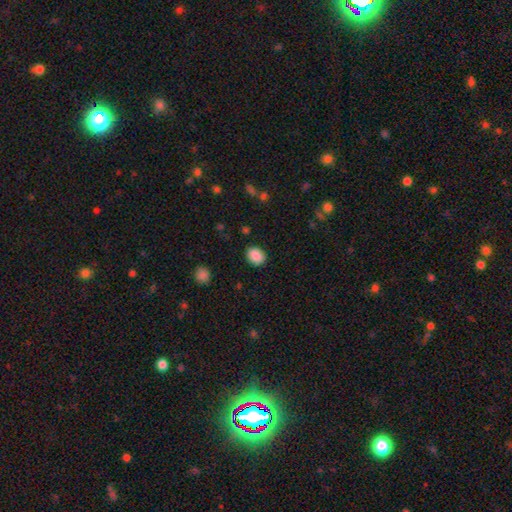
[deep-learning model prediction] smooth-or-featured: smooth: 89% | star or artifact: 8% | featured or disk: 3%
  how-rounded: in between: 57% | round: 42% | cigar-shaped: 1%
  merging: none: 87% | minor disturbance: 9% | major disturbance: 3% | merger: 1%